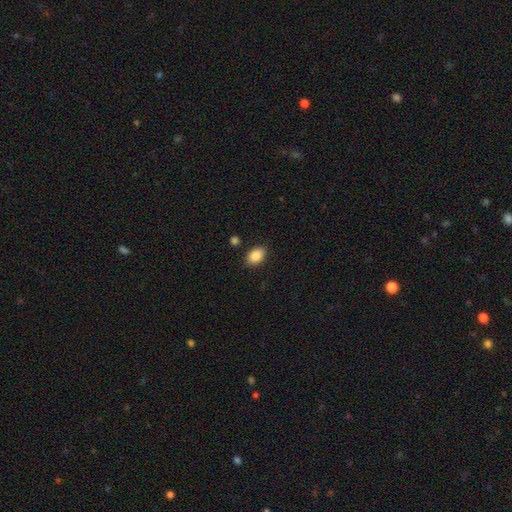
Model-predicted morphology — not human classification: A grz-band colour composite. It shows a smooth galaxy with no disk features (87%) that is in between round and cigar-shaped (85%). Merging: none (87%).